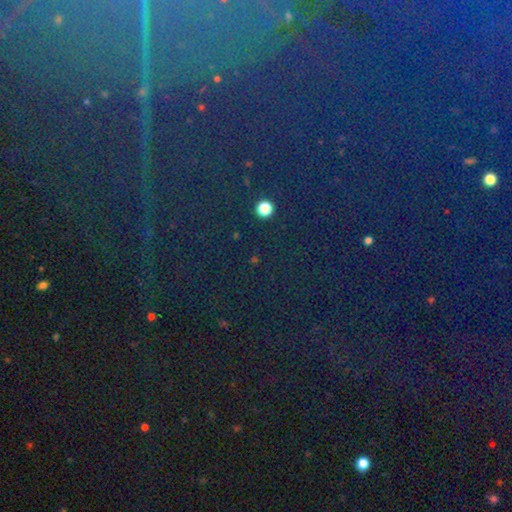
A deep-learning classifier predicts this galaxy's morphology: Smooth or featured: star or artifact — 82% (smooth — 10%)